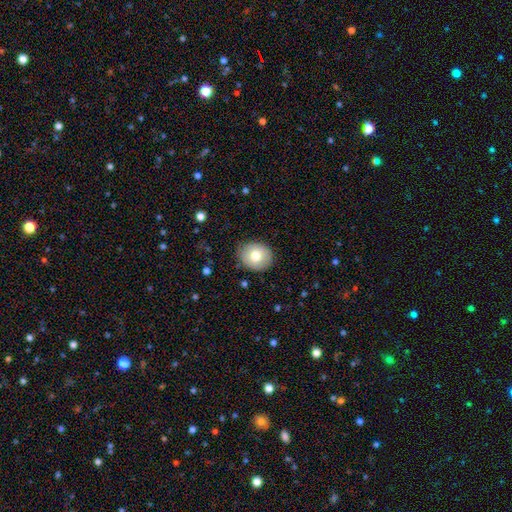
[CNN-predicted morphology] smooth_or_featured: smooth (p=0.77) [alt: featured or disk p=0.15]
how_rounded: round (p=0.68) [alt: in between p=0.31]
merging: none (p=0.86) [alt: minor disturbance p=0.11]